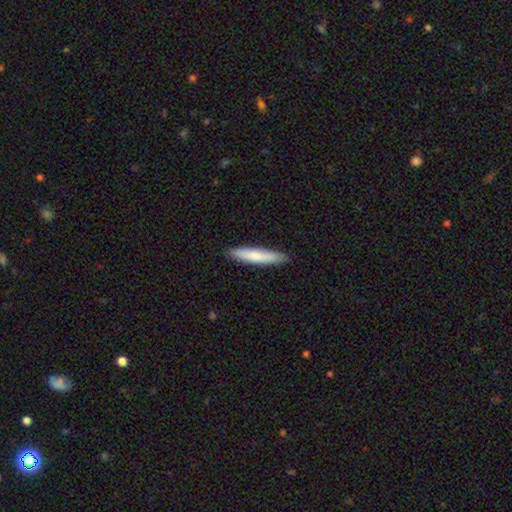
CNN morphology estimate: Overall: smooth (76%). How rounded: cigar-shaped (91%). Merging: none (90%).